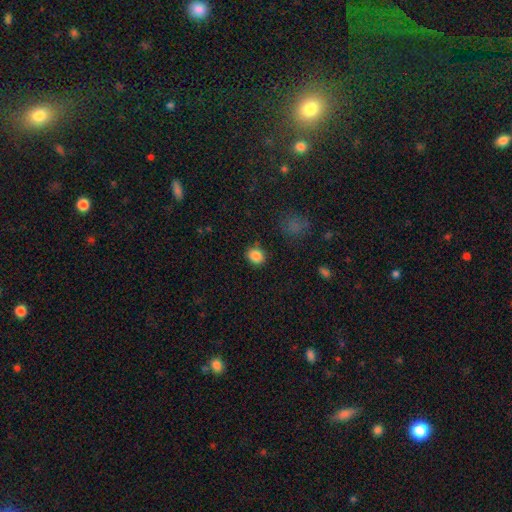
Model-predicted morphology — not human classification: A smooth galaxy with no disk features (86%) that is round (71%).

Vote fractions:
- Smooth or featured? smooth: 86% / star or artifact: 10% / featured or disk: 4%
- How rounded? round: 71% / in between: 28% / cigar-shaped: 1%
- Merging? none: 84% / minor disturbance: 10% / major disturbance: 3% / merger: 2%